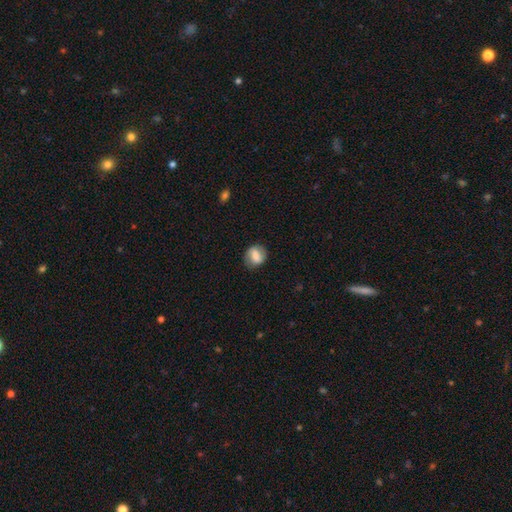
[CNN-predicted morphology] Overall: smooth (66%; featured or disk 26%). How rounded: round (64%; in between 35%). Merging: none (78%).